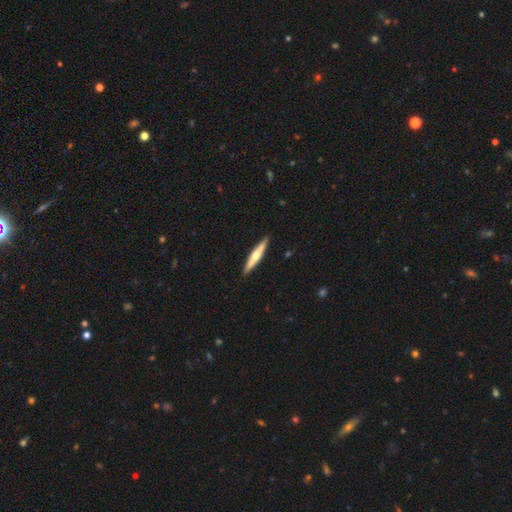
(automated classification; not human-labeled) The model was most divided on "smooth or featured": featured or disk: 53%, smooth: 41%, star or artifact: 5%. More confident: edge-on disk — yes (96%); merging — none (91%); edge-on bulge — rounded (86%).